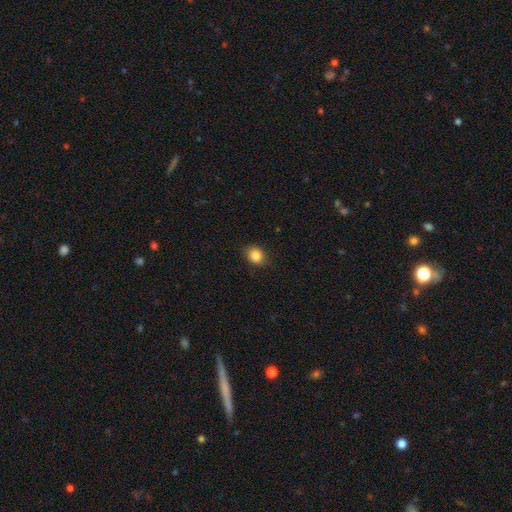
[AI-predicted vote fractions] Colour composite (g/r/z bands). It shows a smooth galaxy with no disk features (86%) that is round (54%). Merging: none (83%).